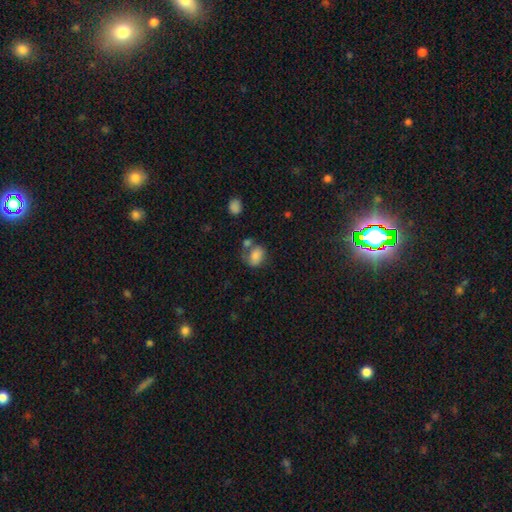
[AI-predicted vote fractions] Smooth or featured? Predicted: smooth (p=0.77). How rounded? Predicted: in between (p=0.67). Merging? Predicted: none (p=0.39).